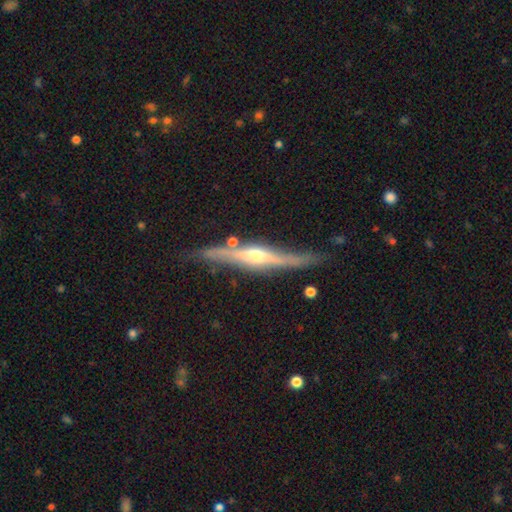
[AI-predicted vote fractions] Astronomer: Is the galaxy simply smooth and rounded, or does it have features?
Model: featured or disk — 83%.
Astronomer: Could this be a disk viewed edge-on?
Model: yes — 96%.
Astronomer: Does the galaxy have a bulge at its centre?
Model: rounded — 84%.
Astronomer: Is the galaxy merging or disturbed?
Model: none — 77%.